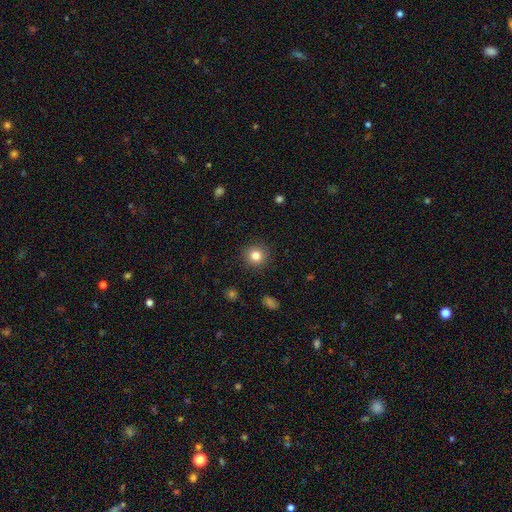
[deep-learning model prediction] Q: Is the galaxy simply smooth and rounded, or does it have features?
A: smooth — 82%.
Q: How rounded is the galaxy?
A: round — 93%.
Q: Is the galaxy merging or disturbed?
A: none — 91%.